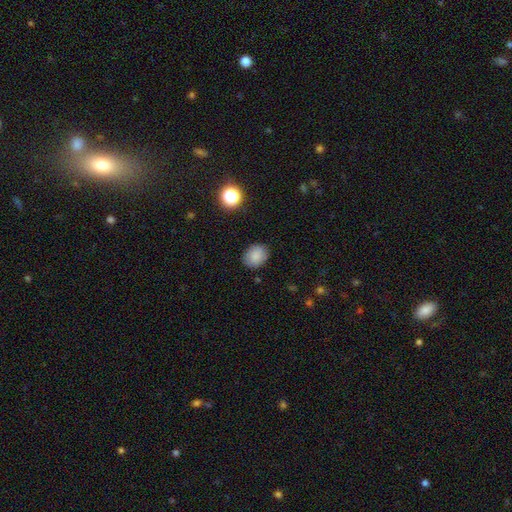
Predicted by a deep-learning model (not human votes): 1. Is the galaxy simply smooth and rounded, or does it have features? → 85% smooth, 10% star or artifact, 5% featured or disk.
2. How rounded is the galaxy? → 50% round, 49% in between, 1% cigar-shaped.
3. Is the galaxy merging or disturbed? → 85% none, 11% minor disturbance, 3% major disturbance, 1% merger.